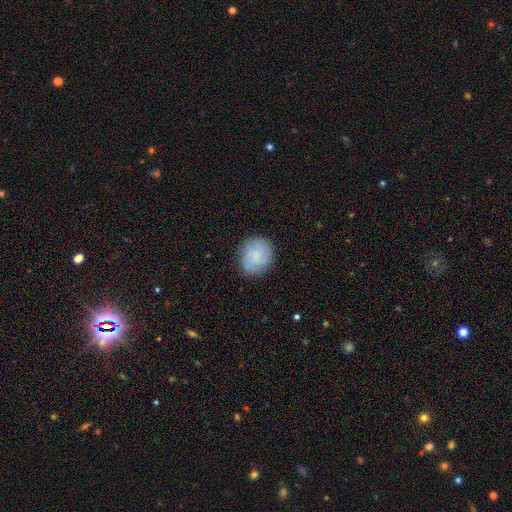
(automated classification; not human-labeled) Overall: smooth (50%; featured or disk 42%). How rounded: round (67%; in between 32%). Merging: none (82%).